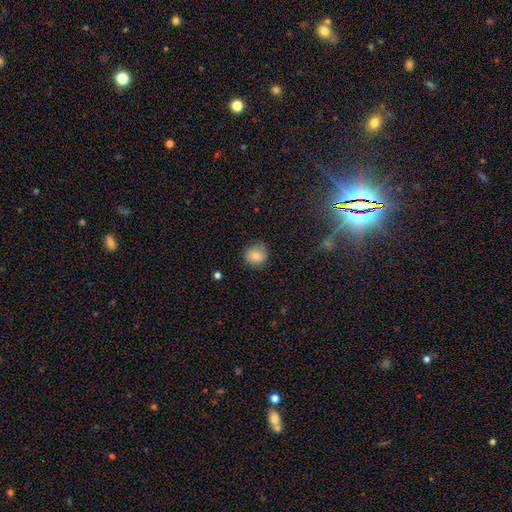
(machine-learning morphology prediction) Overall: smooth (81%). How rounded: round (85%). Merging: none (79%).